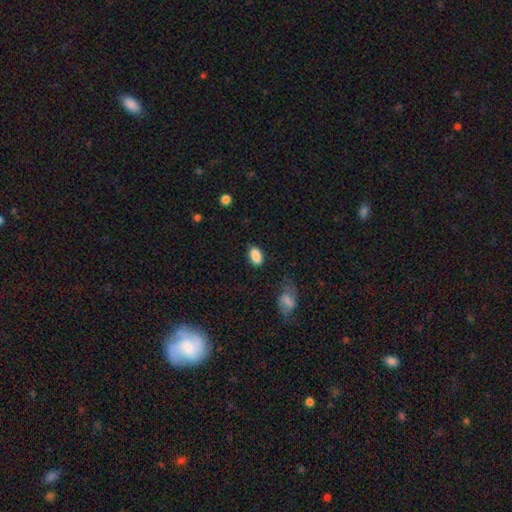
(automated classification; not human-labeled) Smooth or featured: smooth — 87% (star or artifact — 7%)
How rounded: in between — 90% (round — 8%)
Merging: none — 79% (minor disturbance — 14%)